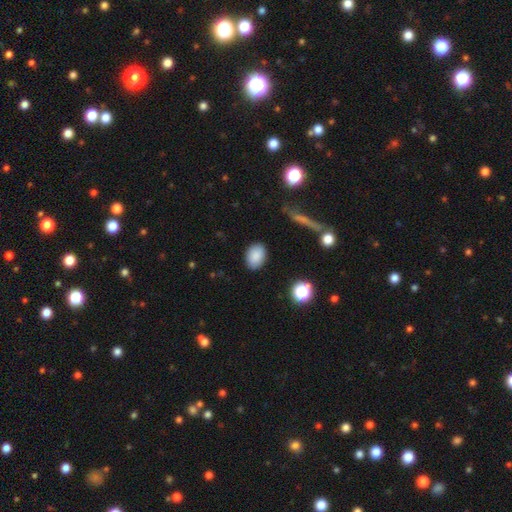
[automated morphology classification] A smooth galaxy with no disk features (87%) that is in between round and cigar-shaped (82%). Merging: none (87%).